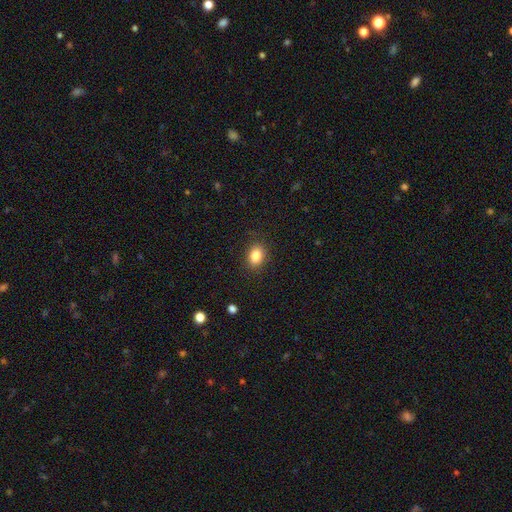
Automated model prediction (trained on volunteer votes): The model was most divided on "how rounded": in between: 66%, round: 33%, cigar-shaped: 1%. More confident: merging — none (87%); smooth or featured — smooth (85%).